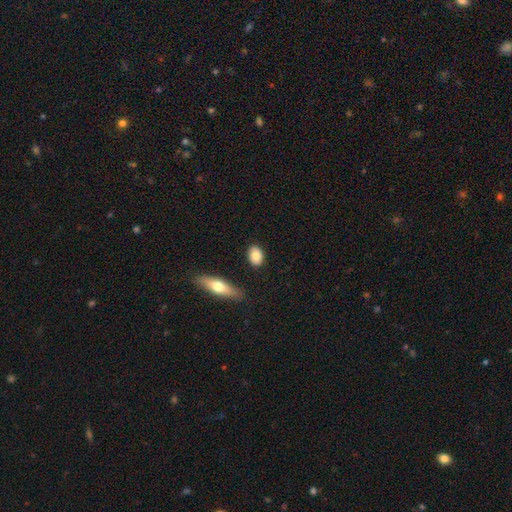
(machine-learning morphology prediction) This appears to be a smooth galaxy with no disk features (80%) that is in between round and cigar-shaped (76%). Merging: none (86%).